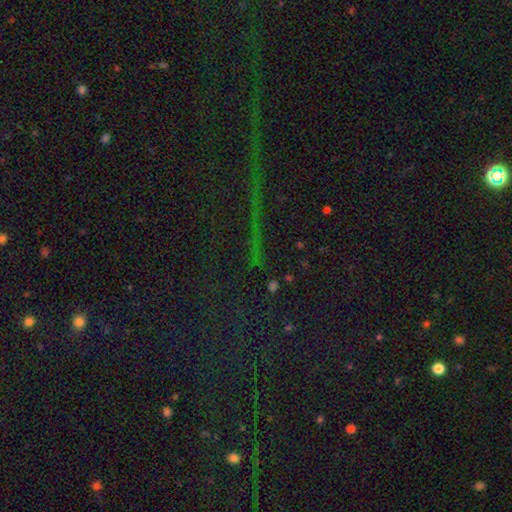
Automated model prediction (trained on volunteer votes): Morphology: type=star or artifact (80%).